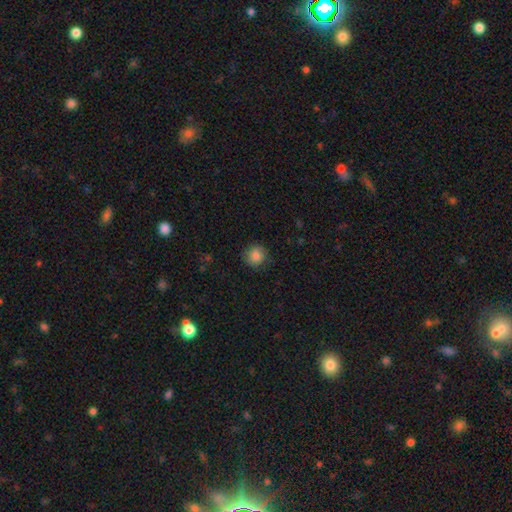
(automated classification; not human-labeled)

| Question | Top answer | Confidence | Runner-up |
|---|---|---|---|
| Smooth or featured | smooth | 86% | star or artifact (9%) |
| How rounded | round | 90% | in between (9%) |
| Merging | none | 84% | minor disturbance (11%) |